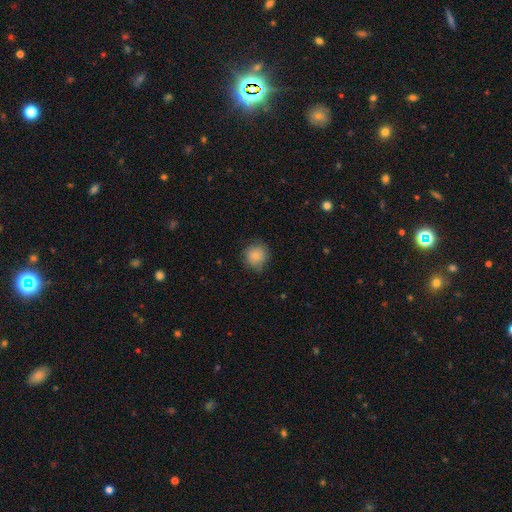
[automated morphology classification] This appears to be a smooth galaxy with no disk features (83%) that is round (87%). Merging: none (72%).